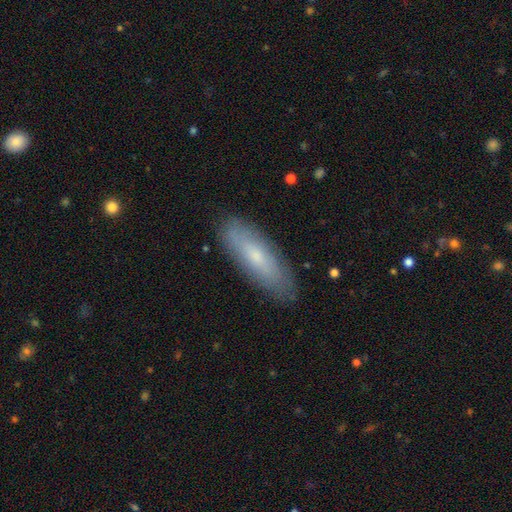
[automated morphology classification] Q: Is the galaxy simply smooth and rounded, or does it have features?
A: smooth — 62%.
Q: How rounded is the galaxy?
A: in between — 52%.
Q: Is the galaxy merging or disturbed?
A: none — 84%.